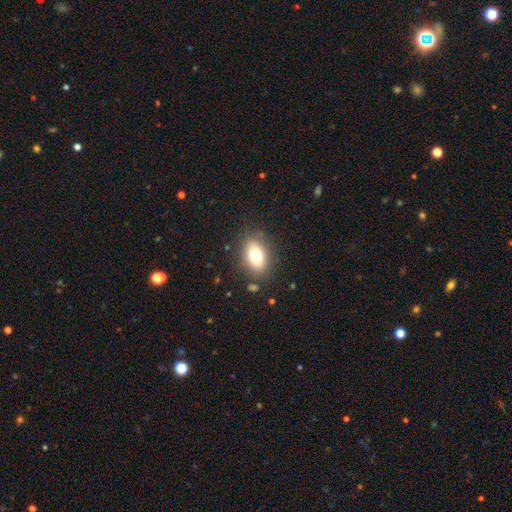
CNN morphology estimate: Overall: smooth (75%). How rounded: in between (82%). Merging: none (82%).